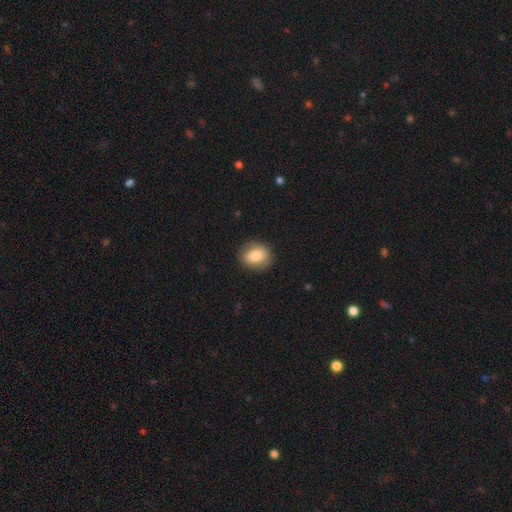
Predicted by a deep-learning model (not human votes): Smooth or featured?
  - smooth: 79% *
  - featured or disk: 13%
  - star or artifact: 8%
How rounded?
  - round: 62% *
  - in between: 37%
  - cigar-shaped: 1%
Merging?
  - none: 86% *
  - minor disturbance: 10%
  - major disturbance: 3%
  - merger: 1%